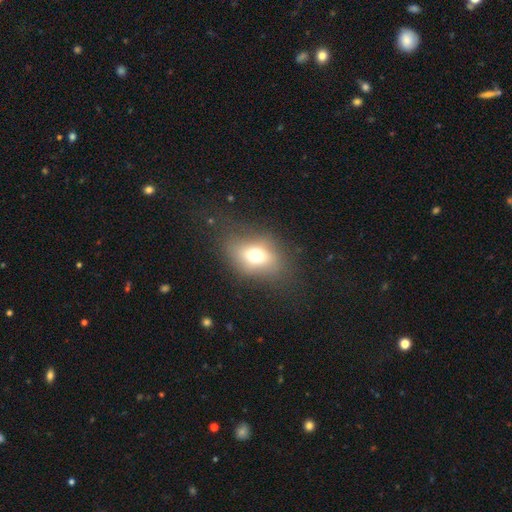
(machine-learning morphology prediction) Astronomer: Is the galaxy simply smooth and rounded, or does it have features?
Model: smooth — 66%.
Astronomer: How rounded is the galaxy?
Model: in between — 66%.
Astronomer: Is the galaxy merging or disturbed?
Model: none — 72%.